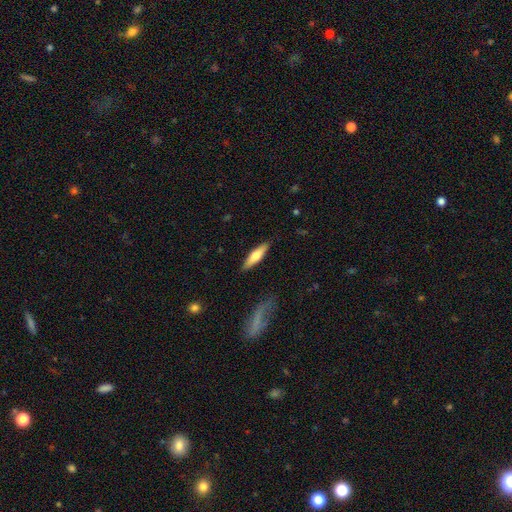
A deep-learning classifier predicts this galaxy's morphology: Smooth or featured? smooth (63%)
How rounded? cigar-shaped (64%)
Merging? none (87%)